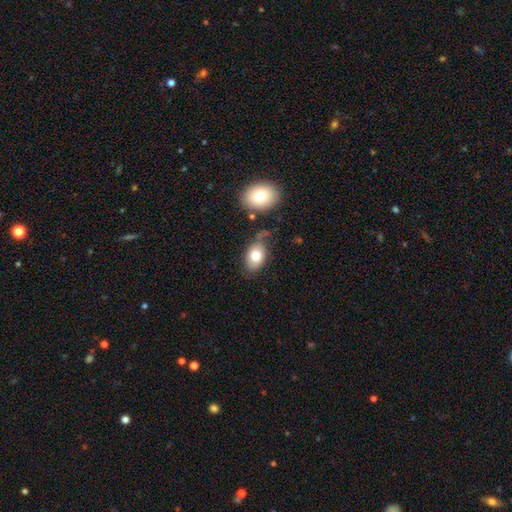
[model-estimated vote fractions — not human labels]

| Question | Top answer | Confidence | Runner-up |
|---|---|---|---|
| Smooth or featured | smooth | 78% | featured or disk (14%) |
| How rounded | in between | 84% | round (14%) |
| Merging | none | 61% | minor disturbance (20%) |